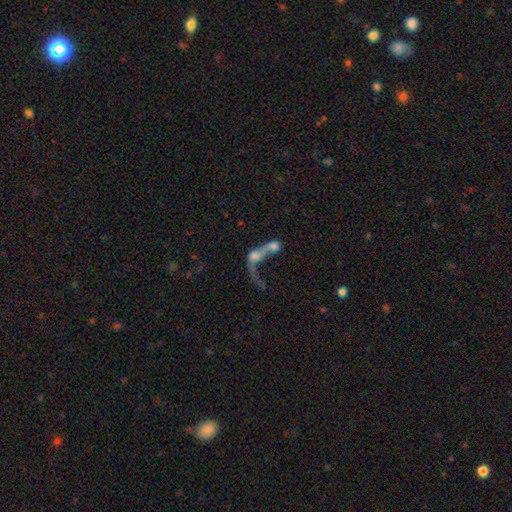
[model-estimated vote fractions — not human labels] Smooth or featured?
  - featured or disk: 47% *
  - smooth: 38%
  - star or artifact: 15%
Merging?
  - merger: 64% *
  - major disturbance: 21%
  - none: 10%
  - minor disturbance: 5%